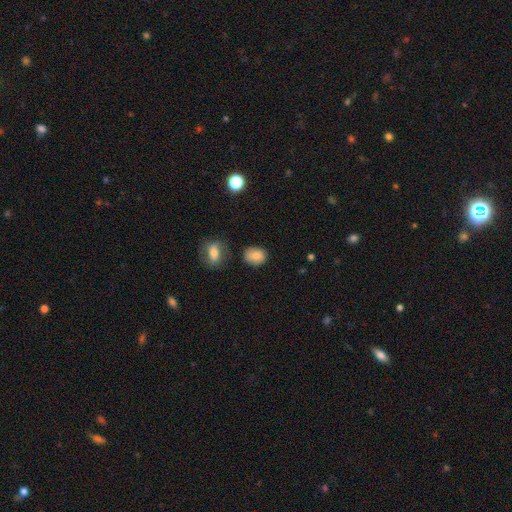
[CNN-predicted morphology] smooth-or-featured: smooth: 83% | star or artifact: 9% | featured or disk: 8%
  how-rounded: round: 50% | in between: 48% | cigar-shaped: 1%
  merging: none: 74% | minor disturbance: 18% | merger: 4% | major disturbance: 4%